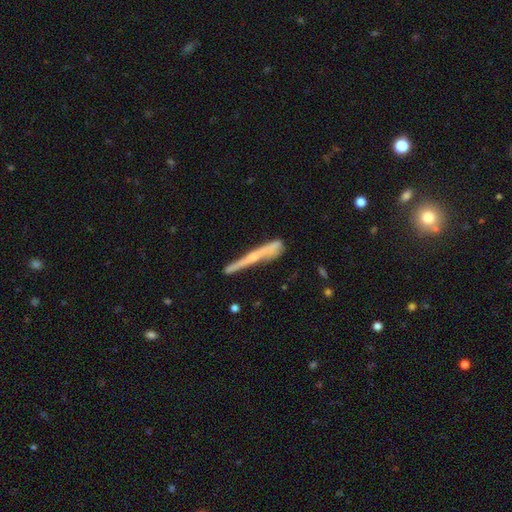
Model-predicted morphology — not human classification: featured or disk 59%, smooth 34%, star or artifact 7%. Down the decision tree: edge-on disk — yes (92%); edge-on bulge — none (46%); merging — none (67%).